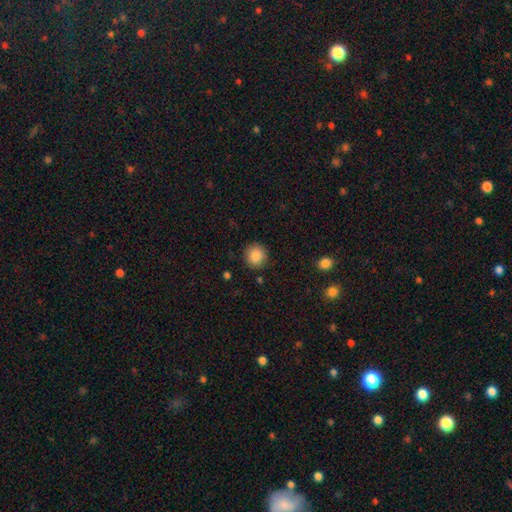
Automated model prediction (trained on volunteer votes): A smooth galaxy with no disk features (87%) that is round (92%).

Vote fractions:
- Smooth or featured? smooth: 87% / star or artifact: 9% / featured or disk: 5%
- How rounded? round: 92% / in between: 7% / cigar-shaped: 1%
- Merging? none: 90% / minor disturbance: 7% / major disturbance: 2% / merger: 1%